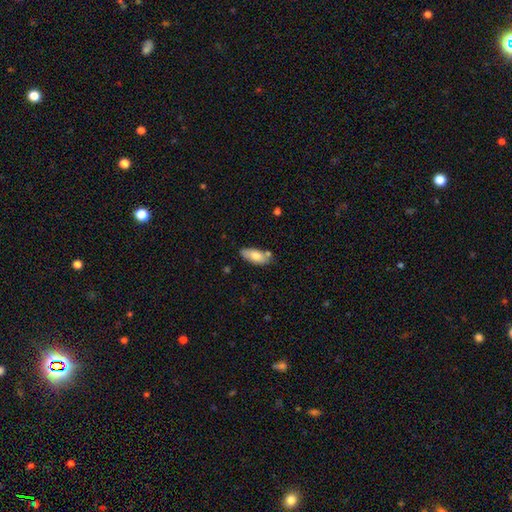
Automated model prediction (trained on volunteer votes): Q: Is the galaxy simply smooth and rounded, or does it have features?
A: smooth — 74%.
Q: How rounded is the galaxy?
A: in between — 87%.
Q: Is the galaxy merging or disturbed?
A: none — 71%.